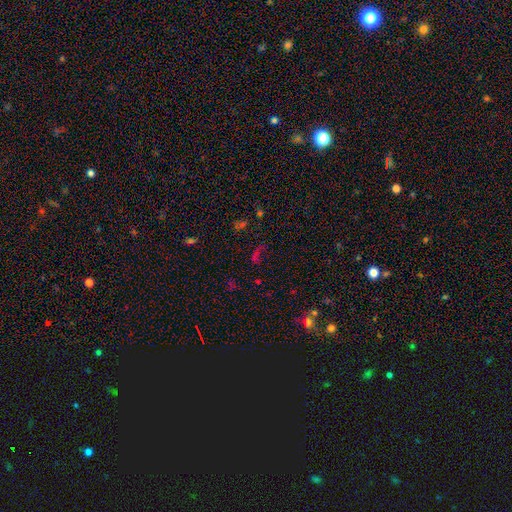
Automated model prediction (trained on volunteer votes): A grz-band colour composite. It shows a star or artifact, not a galaxy (51%).